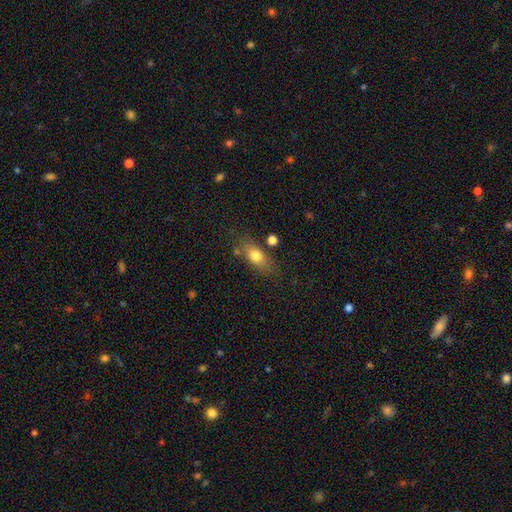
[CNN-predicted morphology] Smooth or featured? smooth (75%)
How rounded? in between (73%)
Merging? none (68%)